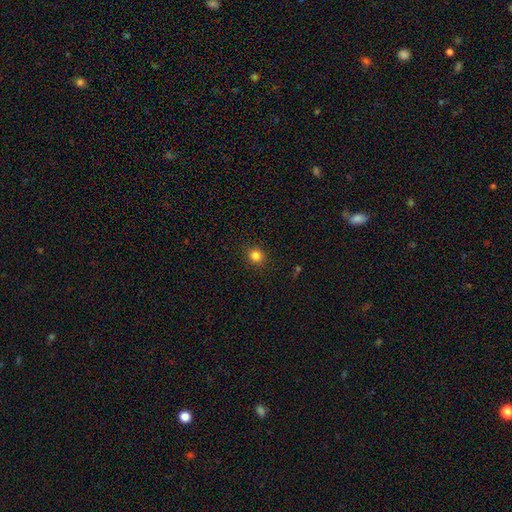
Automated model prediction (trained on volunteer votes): This is clearly a smooth galaxy (83%). How rounded: clearly round (85%). Merging: clearly none (90%).